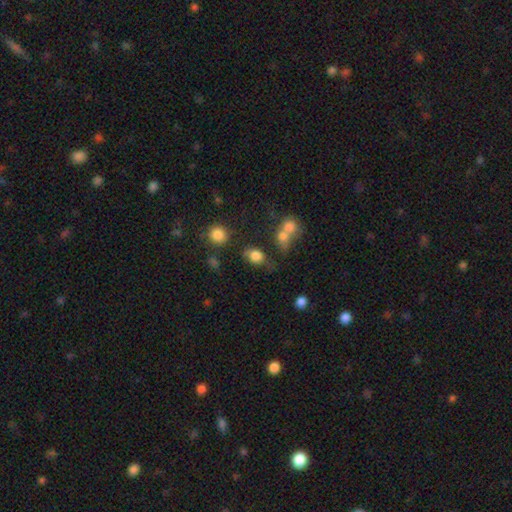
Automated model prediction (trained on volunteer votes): The model was most divided on "how rounded": in between: 64%, round: 35%, cigar-shaped: 2%. More confident: smooth or featured — smooth (80%); merging — none (55%).